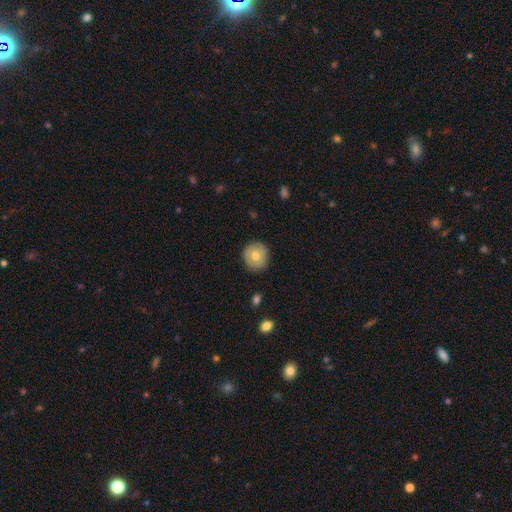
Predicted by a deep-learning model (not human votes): This is likely a smooth galaxy (65%). How rounded: clearly round (90%). Merging: clearly none (84%).